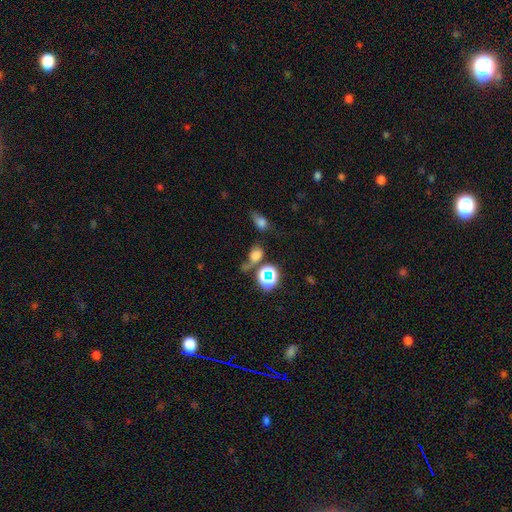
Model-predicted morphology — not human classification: smooth 57%, star or artifact 31%, featured or disk 13%. Down the decision tree: how rounded — in between (54%); merging — none (40%).